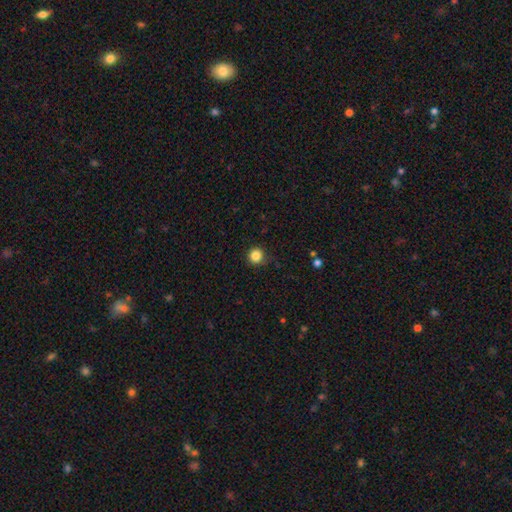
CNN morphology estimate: Smooth or featured: smooth — 84% (star or artifact — 12%)
How rounded: round — 94% (in between — 5%)
Merging: none — 86% (minor disturbance — 10%)